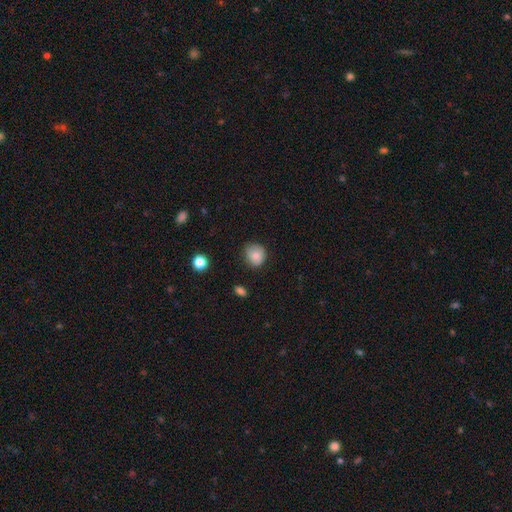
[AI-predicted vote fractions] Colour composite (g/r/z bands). It shows a smooth galaxy with no disk features (83%) that is round (80%). Merging: none (75%).